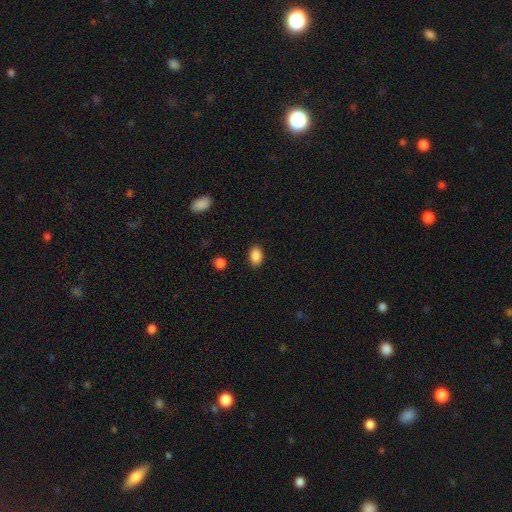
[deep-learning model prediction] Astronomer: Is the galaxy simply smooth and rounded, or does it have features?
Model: smooth — 88%.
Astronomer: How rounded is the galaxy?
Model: in between — 84%.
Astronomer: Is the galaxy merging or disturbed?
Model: none — 88%.